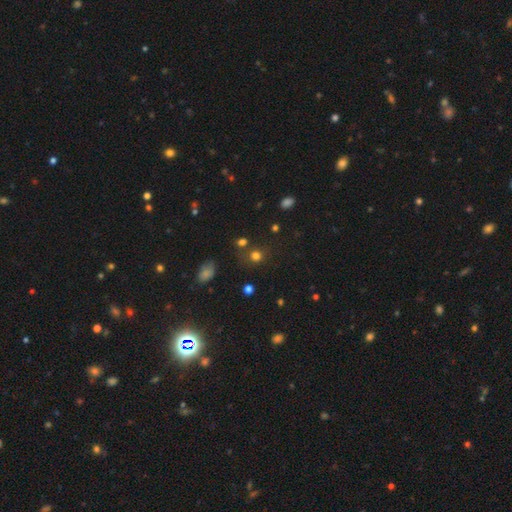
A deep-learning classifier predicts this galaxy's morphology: smooth 71%, star or artifact 22%, featured or disk 7%. Down the decision tree: how rounded — round (84%); merging — none (73%).